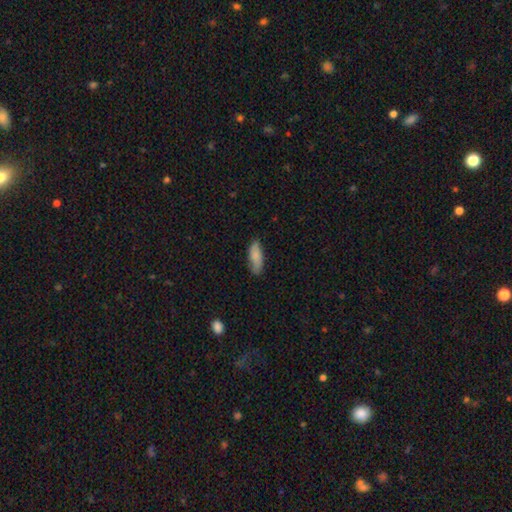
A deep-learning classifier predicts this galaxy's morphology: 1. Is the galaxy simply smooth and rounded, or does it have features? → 83% smooth, 11% featured or disk, 6% star or artifact.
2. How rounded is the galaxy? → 67% in between, 31% cigar-shaped, 2% round.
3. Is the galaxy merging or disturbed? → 76% none, 19% minor disturbance, 3% major disturbance, 1% merger.